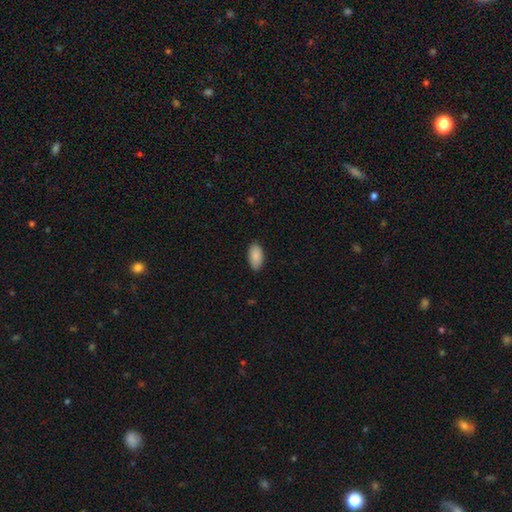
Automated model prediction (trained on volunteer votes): The model was most divided on "merging": none: 87%, minor disturbance: 10%, major disturbance: 2%, merger: 1%. More confident: how rounded — in between (95%); smooth or featured — smooth (90%).